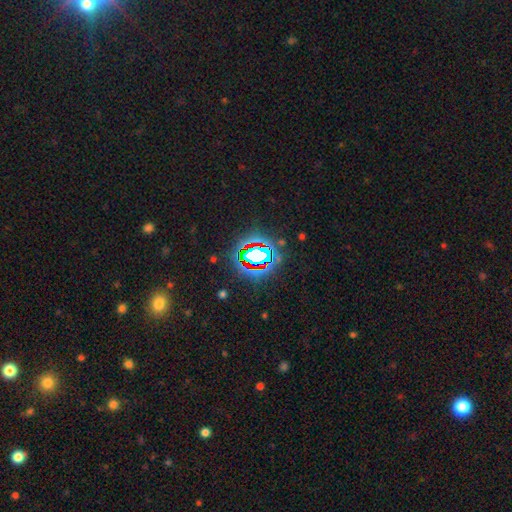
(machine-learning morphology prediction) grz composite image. It shows a star or artifact, not a galaxy (70%).